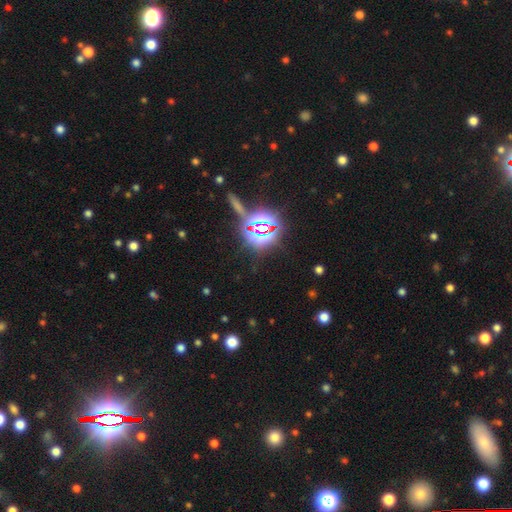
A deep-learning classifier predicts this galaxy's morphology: This is clearly a star or artifact rather than a galaxy (83%).